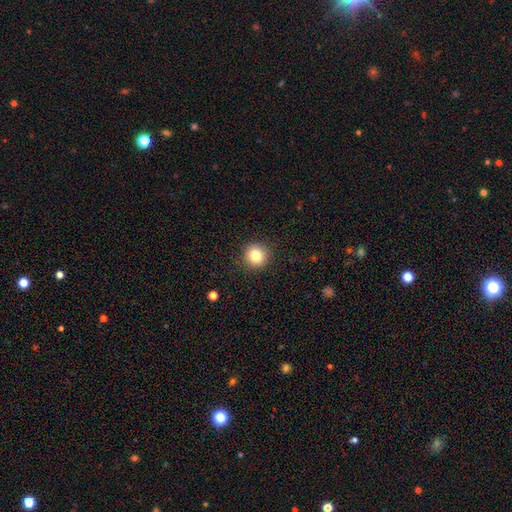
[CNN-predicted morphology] Smooth or featured? smooth (85%)
How rounded? round (92%)
Merging? none (90%)